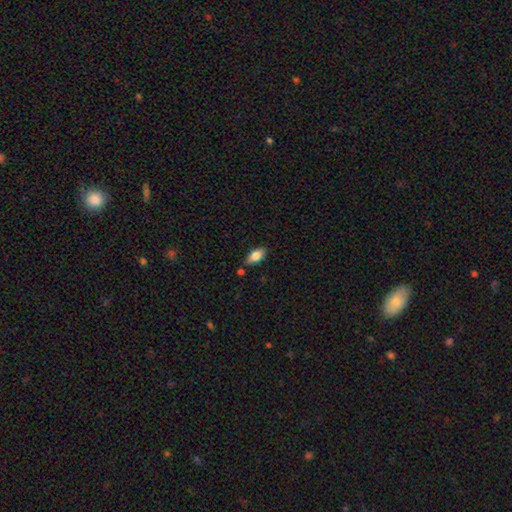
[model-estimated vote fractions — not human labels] Smooth or featured: smooth — 81% (featured or disk — 12%)
How rounded: in between — 89% (cigar-shaped — 8%)
Merging: none — 78% (minor disturbance — 14%)